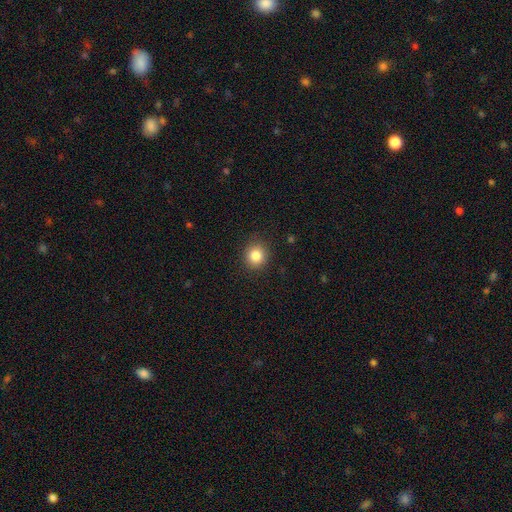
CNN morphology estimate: The model was most divided on "smooth or featured": smooth: 84%, star or artifact: 11%, featured or disk: 5%. More confident: merging — none (90%); how rounded — round (87%).